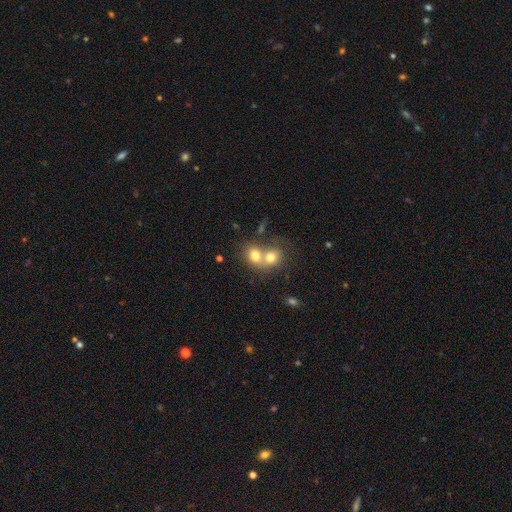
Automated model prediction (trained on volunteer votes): Overall: smooth (72%). How rounded: round (62%; in between 37%). Merging: merger (68%).